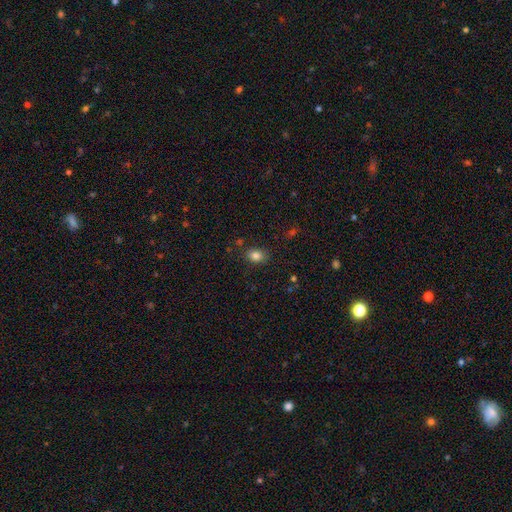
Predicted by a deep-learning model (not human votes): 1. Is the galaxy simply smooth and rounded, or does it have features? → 83% smooth, 11% star or artifact, 6% featured or disk.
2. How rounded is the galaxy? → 69% in between, 30% round, 1% cigar-shaped.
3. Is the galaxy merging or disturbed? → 83% none, 12% minor disturbance, 3% major disturbance, 2% merger.